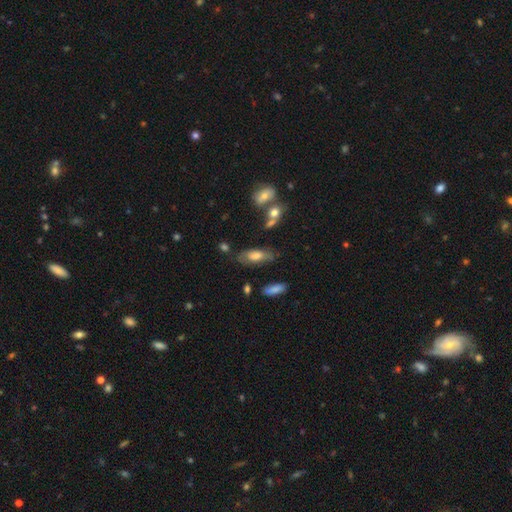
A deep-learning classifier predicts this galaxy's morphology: type=smooth (63%); roundness=in between (79%); merging=none (65%).